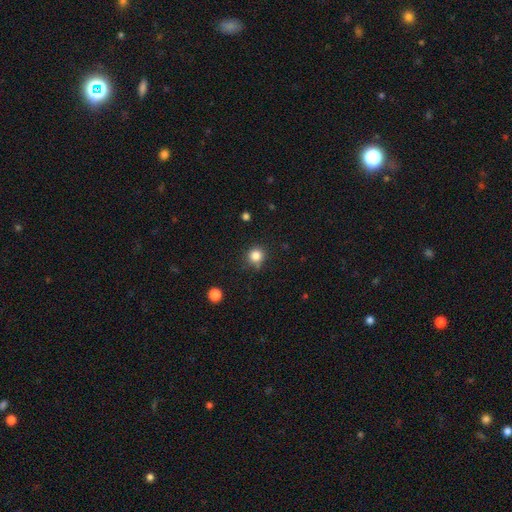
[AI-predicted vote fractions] Morphology: type=smooth (83%); roundness=round (92%); merging=none (80%).